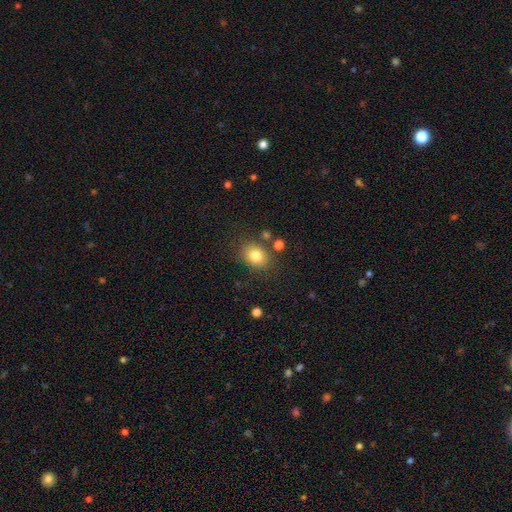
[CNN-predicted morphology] Q: Smooth or featured?
A: smooth (80%); runner-up: star or artifact (11%)
Q: How rounded?
A: in between (57%); runner-up: round (42%)
Q: Merging?
A: none (80%); runner-up: minor disturbance (11%)